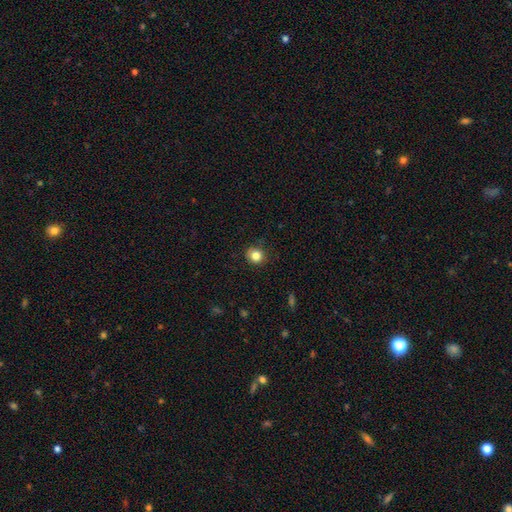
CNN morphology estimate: This appears to be a smooth galaxy with no disk features (83%) that is round (85%). Merging: none (85%).